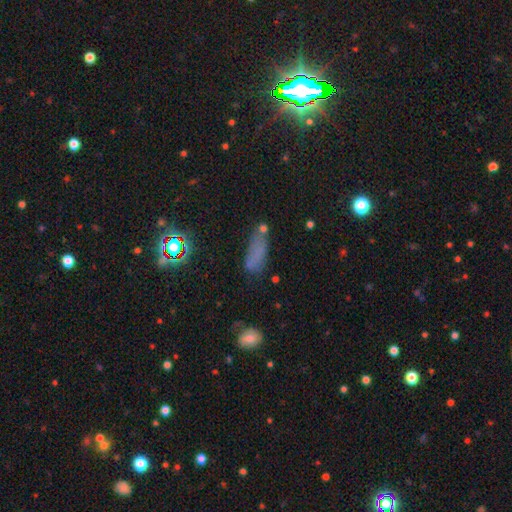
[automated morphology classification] This is likely a smooth galaxy (65%). How rounded: possibly in between (59%). Merging: possibly none (53%).